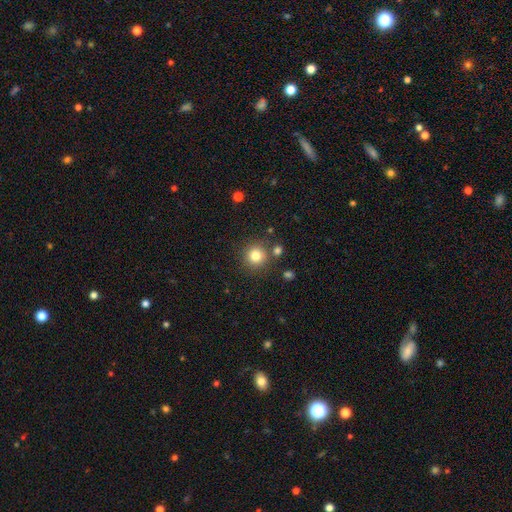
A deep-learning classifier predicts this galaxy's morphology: This appears to be a smooth galaxy with no disk features (80%) that is round (93%). Merging: none (82%).